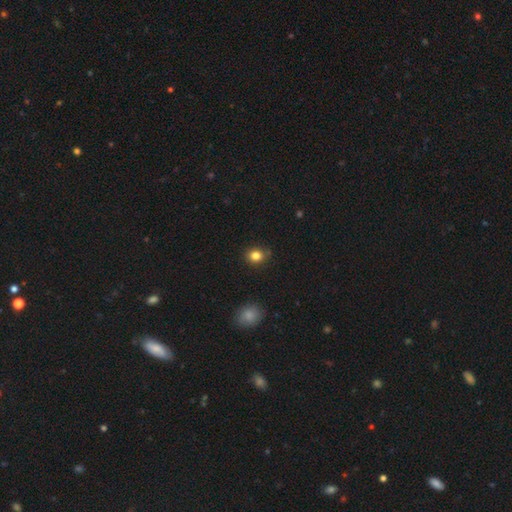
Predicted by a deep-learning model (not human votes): Smooth or featured: smooth — 83% (star or artifact — 12%)
How rounded: round — 74% (in between — 25%)
Merging: none — 84% (minor disturbance — 12%)